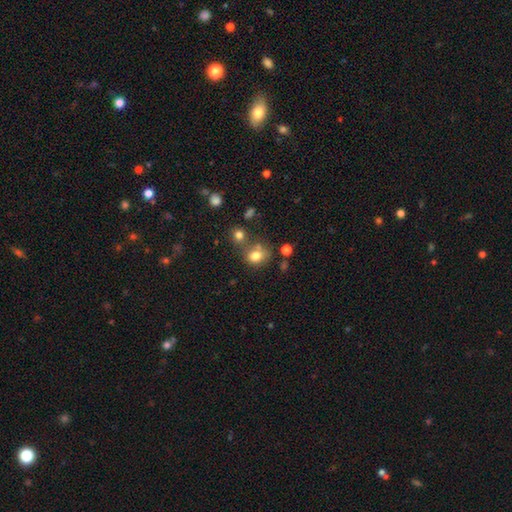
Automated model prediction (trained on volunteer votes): Smooth or featured? Predicted: smooth (p=0.77). How rounded? Predicted: round (p=0.61). Merging? Predicted: none (p=0.53).